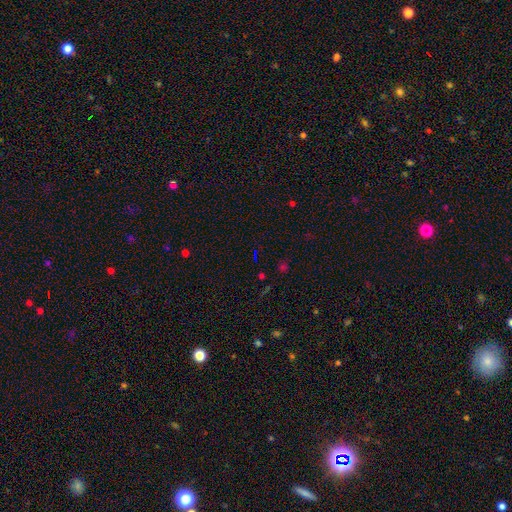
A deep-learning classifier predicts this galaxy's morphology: Smooth or featured?
  - star or artifact: 68% *
  - smooth: 21%
  - featured or disk: 11%